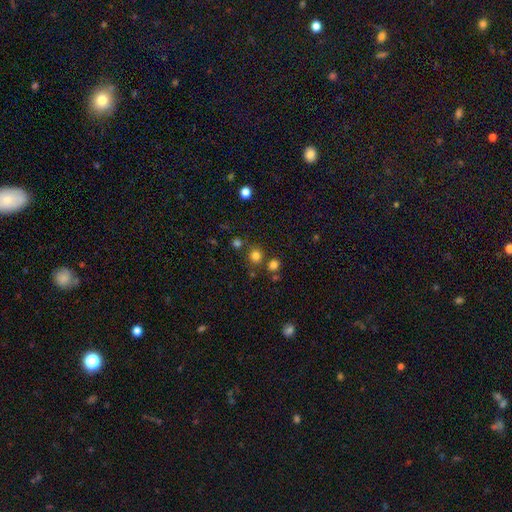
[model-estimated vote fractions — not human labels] The model was most divided on "smooth or featured": smooth: 78%, star or artifact: 17%, featured or disk: 5%. More confident: how rounded — round (86%); merging — none (77%).